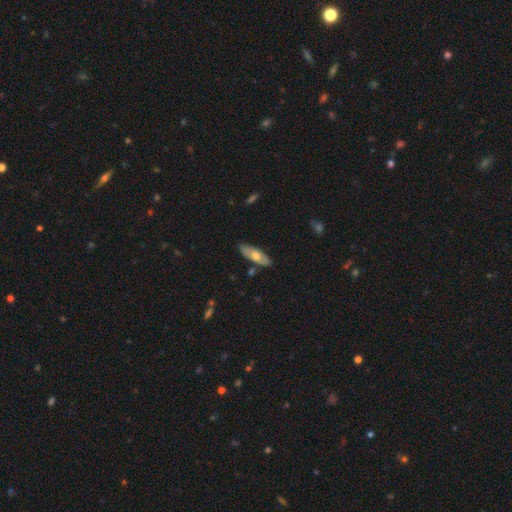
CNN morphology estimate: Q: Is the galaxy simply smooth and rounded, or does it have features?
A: smooth — 55%.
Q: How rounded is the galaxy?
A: in between — 66%.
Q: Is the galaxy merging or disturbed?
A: none — 83%.